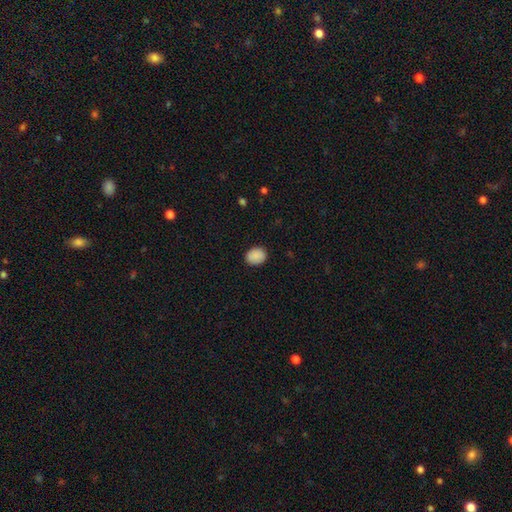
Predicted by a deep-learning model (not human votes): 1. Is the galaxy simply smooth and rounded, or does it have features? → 89% smooth, 8% star or artifact, 3% featured or disk.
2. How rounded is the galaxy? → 55% round, 44% in between, 1% cigar-shaped.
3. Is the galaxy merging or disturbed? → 88% none, 9% minor disturbance, 2% major disturbance, 1% merger.